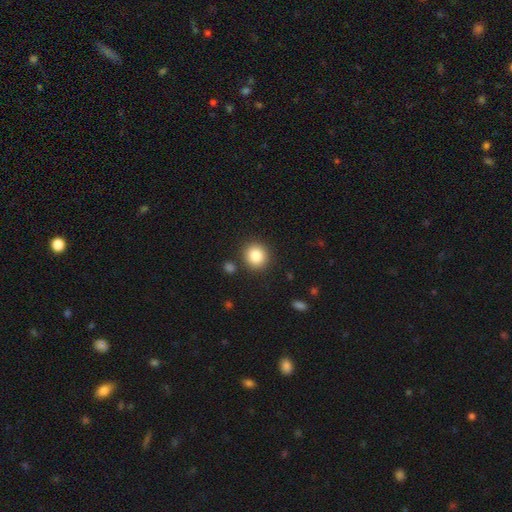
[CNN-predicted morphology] smooth 84%, star or artifact 10%, featured or disk 7%. Down the decision tree: how rounded — round (89%); merging — none (88%).